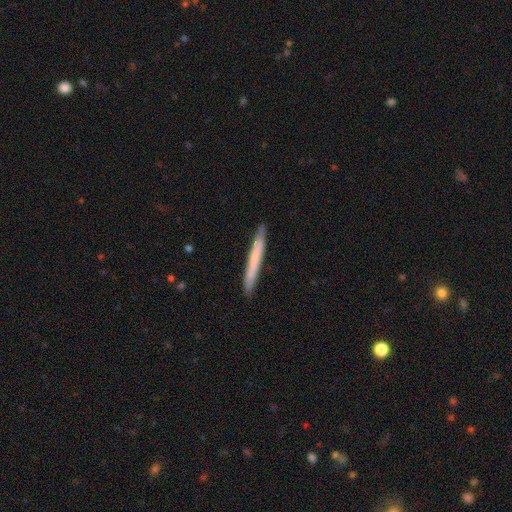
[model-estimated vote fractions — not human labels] The model was most divided on "smooth or featured": smooth: 61%, featured or disk: 33%, star or artifact: 6%. More confident: how rounded — cigar-shaped (97%); merging — none (90%).